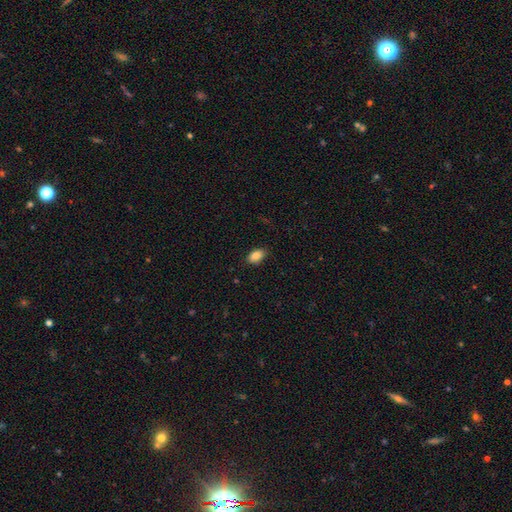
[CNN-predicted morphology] A smooth galaxy with no disk features (86%) that is in between round and cigar-shaped (88%).

Vote fractions:
- Smooth or featured? smooth: 86% / star or artifact: 8% / featured or disk: 5%
- How rounded? in between: 88% / round: 10% / cigar-shaped: 2%
- Merging? none: 84% / minor disturbance: 12% / major disturbance: 2% / merger: 1%